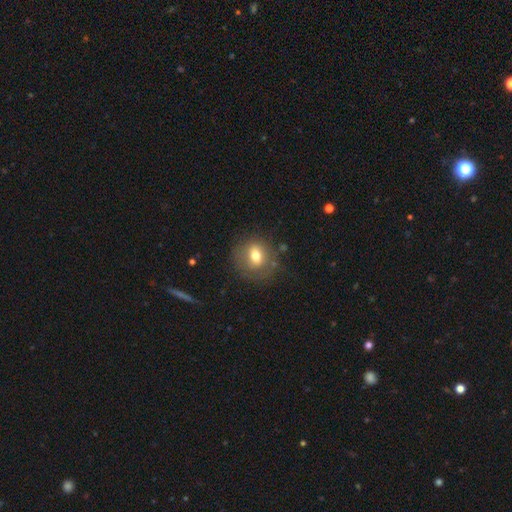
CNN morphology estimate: Smooth or featured? Predicted: smooth (p=0.69). How rounded? Predicted: round (p=0.65). Merging? Predicted: none (p=0.74).